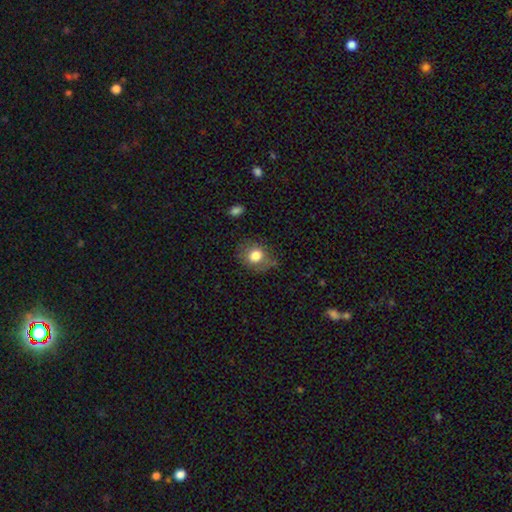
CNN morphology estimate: This appears to be a smooth galaxy with no disk features (79%) that is round (65%). Merging: none (72%).